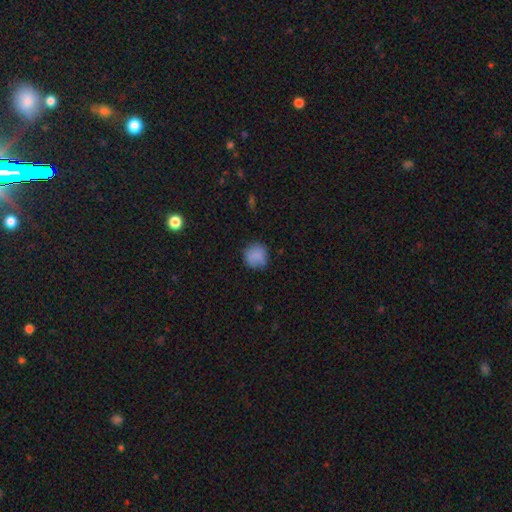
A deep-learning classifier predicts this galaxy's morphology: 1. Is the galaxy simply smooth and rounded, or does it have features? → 84% smooth, 9% star or artifact, 8% featured or disk.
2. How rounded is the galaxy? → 91% round, 8% in between, 1% cigar-shaped.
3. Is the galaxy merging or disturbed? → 79% none, 16% minor disturbance, 4% major disturbance, 1% merger.